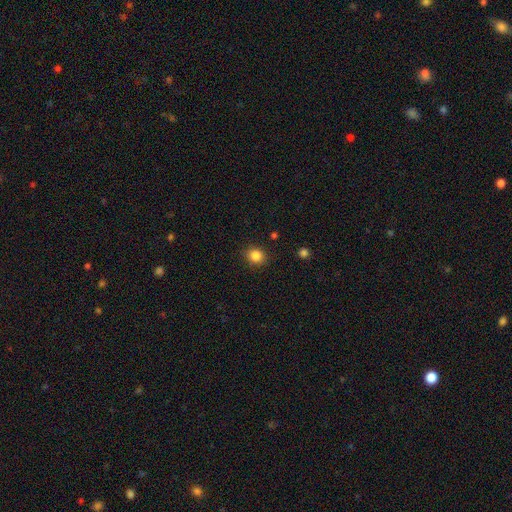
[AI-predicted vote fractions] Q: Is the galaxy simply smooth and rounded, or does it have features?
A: smooth — 85%.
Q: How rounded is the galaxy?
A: round — 80%.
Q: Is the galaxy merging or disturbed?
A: none — 87%.